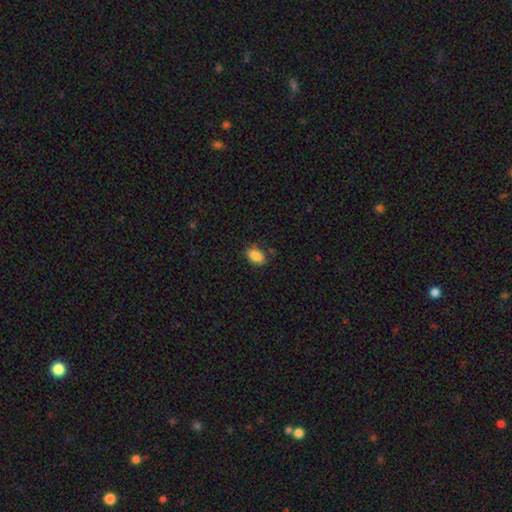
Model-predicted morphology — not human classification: smooth_or_featured: smooth (p=0.87) [alt: star or artifact p=0.08]
how_rounded: in between (p=0.88) [alt: round p=0.10]
merging: none (p=0.78) [alt: minor disturbance p=0.16]